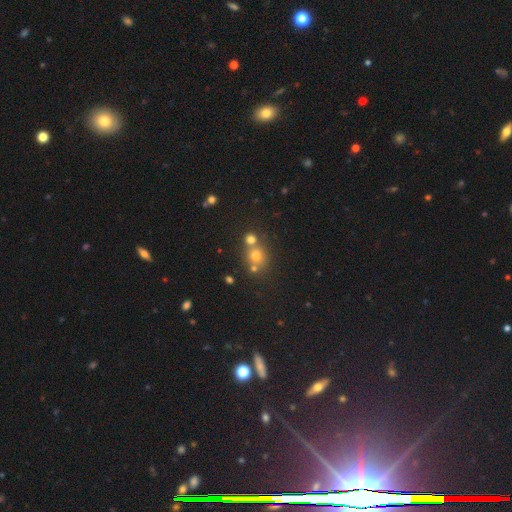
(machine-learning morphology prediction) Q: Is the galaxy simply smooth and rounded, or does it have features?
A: smooth — 63%.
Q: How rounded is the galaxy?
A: round — 82%.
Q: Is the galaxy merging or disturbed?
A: none — 54%.